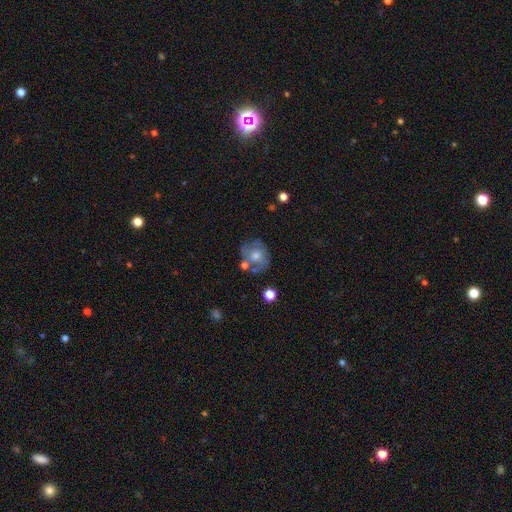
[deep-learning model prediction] Overall: featured or disk (47%; smooth 44%). Merging: none (52%; minor disturbance 21%).